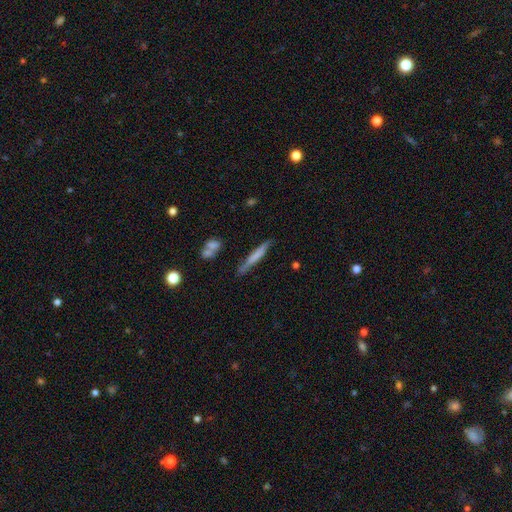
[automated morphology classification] Q: Smooth or featured?
A: smooth (61%); runner-up: featured or disk (33%)
Q: How rounded?
A: cigar-shaped (94%); runner-up: in between (4%)
Q: Merging?
A: none (79%); runner-up: minor disturbance (14%)